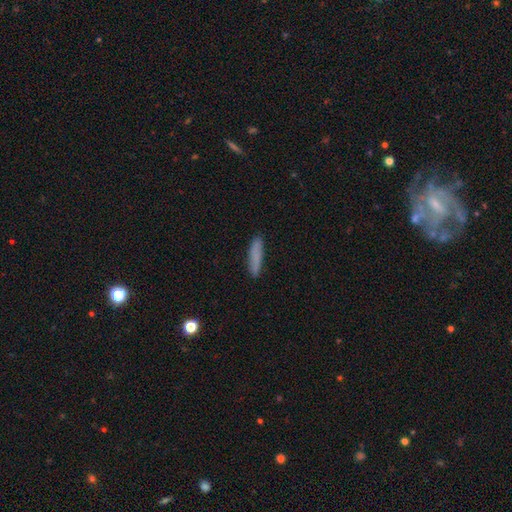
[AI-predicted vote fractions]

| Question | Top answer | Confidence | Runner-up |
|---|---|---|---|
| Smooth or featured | smooth | 81% | featured or disk (11%) |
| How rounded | cigar-shaped | 86% | in between (13%) |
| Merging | none | 87% | minor disturbance (10%) |